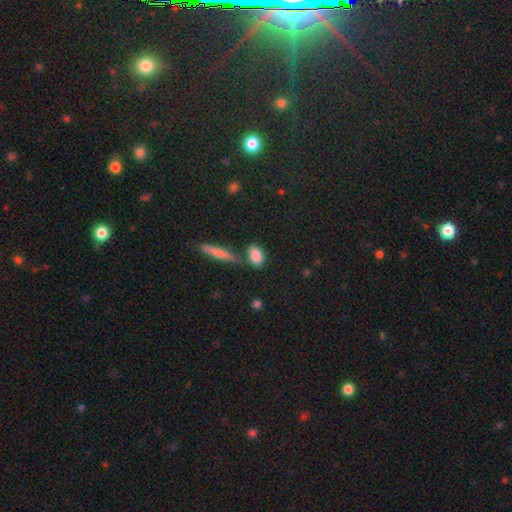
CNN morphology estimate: Overall: smooth (85%). How rounded: in between (82%). Merging: none (69%).